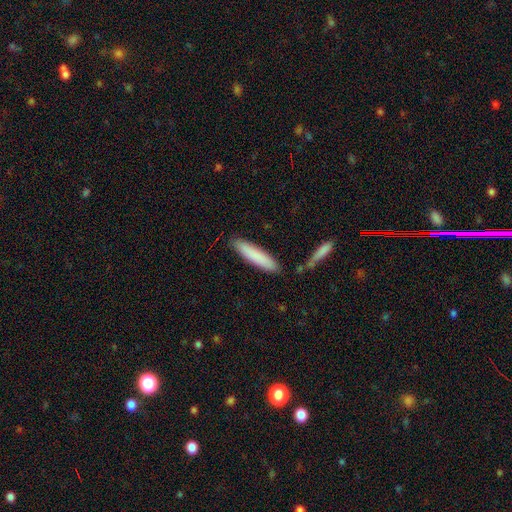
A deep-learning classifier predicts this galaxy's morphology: smooth_or_featured: smooth (p=0.83) [alt: featured or disk p=0.11]
how_rounded: cigar-shaped (p=0.84) [alt: in between p=0.15]
merging: none (p=0.83) [alt: minor disturbance p=0.11]